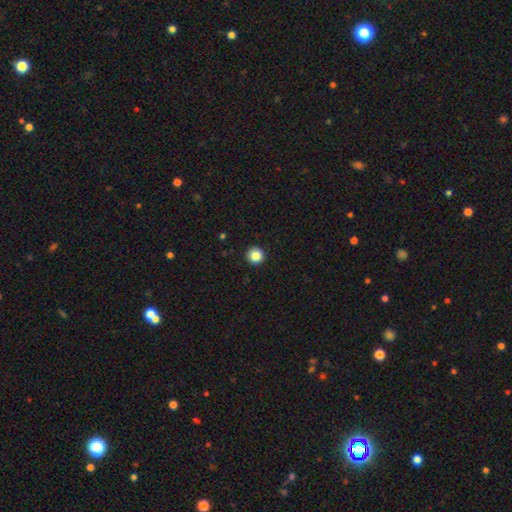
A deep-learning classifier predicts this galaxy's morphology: Q: Smooth or featured?
A: smooth (85%); runner-up: star or artifact (10%)
Q: How rounded?
A: round (96%); runner-up: in between (3%)
Q: Merging?
A: none (93%); runner-up: minor disturbance (4%)